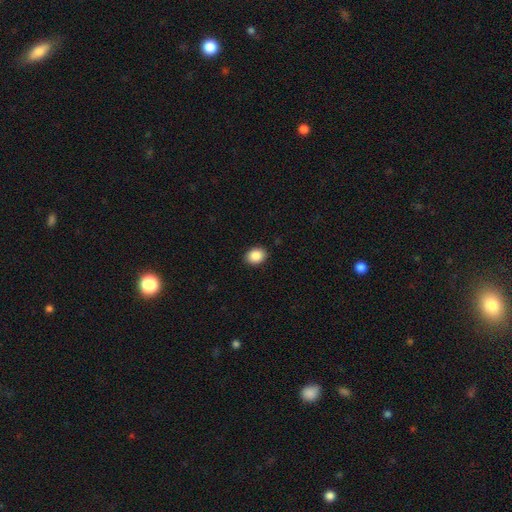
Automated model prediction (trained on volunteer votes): Q: Smooth or featured?
A: smooth (88%); runner-up: star or artifact (8%)
Q: How rounded?
A: in between (56%); runner-up: round (43%)
Q: Merging?
A: none (90%); runner-up: minor disturbance (7%)